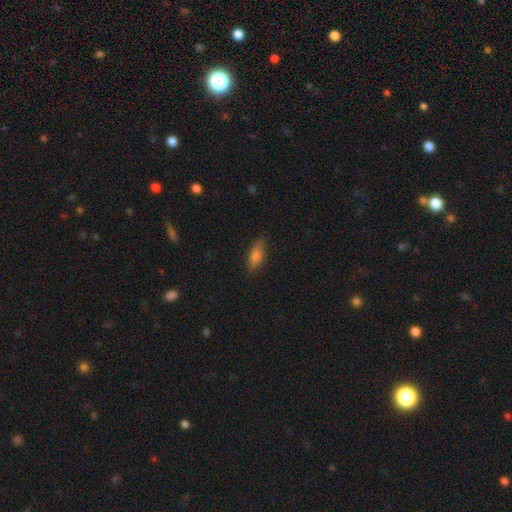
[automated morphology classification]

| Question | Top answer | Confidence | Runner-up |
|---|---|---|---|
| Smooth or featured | smooth | 76% | featured or disk (16%) |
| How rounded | in between | 66% | cigar-shaped (31%) |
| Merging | none | 83% | minor disturbance (14%) |